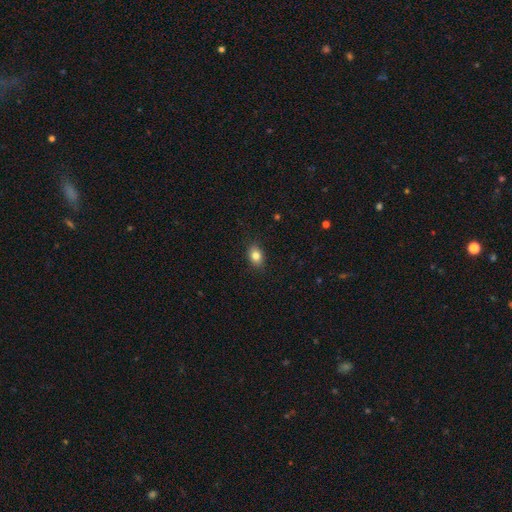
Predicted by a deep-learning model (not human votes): This is clearly a smooth galaxy (83%). How rounded: likely in between (75%). Merging: clearly none (87%).